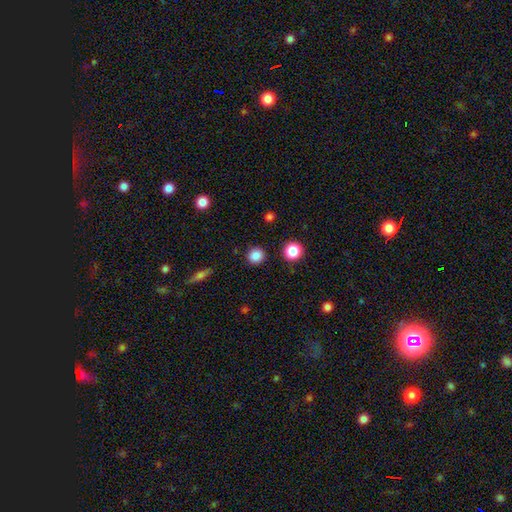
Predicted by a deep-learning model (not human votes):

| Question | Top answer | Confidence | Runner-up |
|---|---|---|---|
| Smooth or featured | smooth | 86% | star or artifact (11%) |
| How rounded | round | 91% | in between (8%) |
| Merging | none | 90% | minor disturbance (6%) |